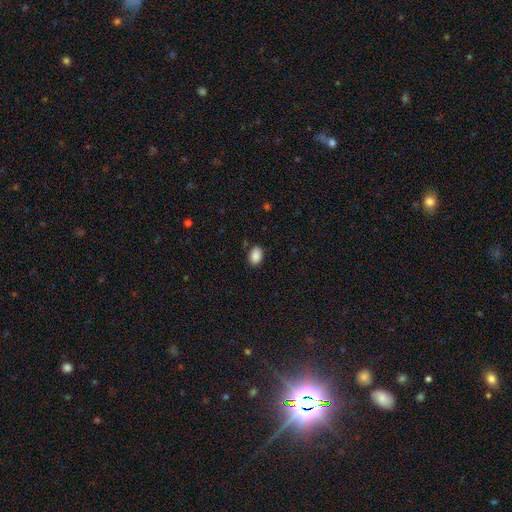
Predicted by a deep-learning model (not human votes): Smooth or featured? Predicted: smooth (p=0.89). How rounded? Predicted: in between (p=0.84). Merging? Predicted: none (p=0.85).